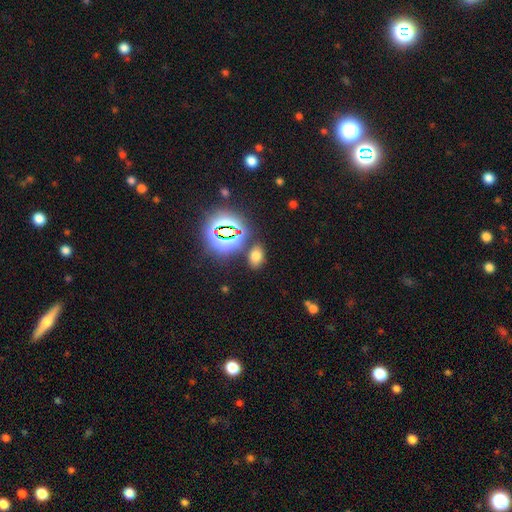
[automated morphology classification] Smooth or featured?
  - smooth: 64% *
  - star or artifact: 28%
  - featured or disk: 8%
How rounded?
  - in between: 84% *
  - round: 14%
  - cigar-shaped: 2%
Merging?
  - none: 81% *
  - minor disturbance: 10%
  - merger: 6%
  - major disturbance: 3%